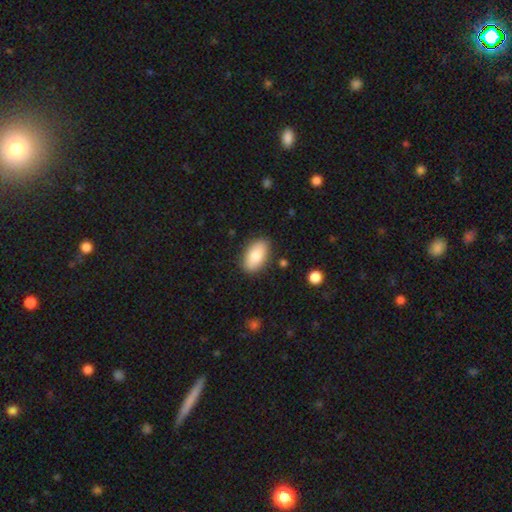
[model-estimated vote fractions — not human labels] Q: Smooth or featured?
A: smooth (82%); runner-up: featured or disk (11%)
Q: How rounded?
A: in between (93%); runner-up: round (4%)
Q: Merging?
A: none (85%); runner-up: minor disturbance (11%)